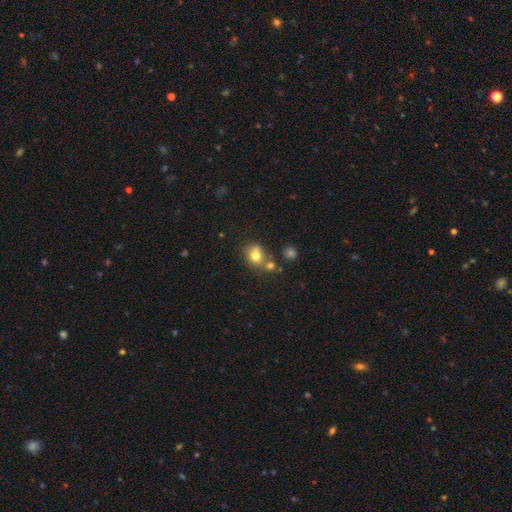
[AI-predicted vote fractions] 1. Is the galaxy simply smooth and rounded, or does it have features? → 77% smooth, 13% star or artifact, 11% featured or disk.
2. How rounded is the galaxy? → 66% round, 33% in between, 1% cigar-shaped.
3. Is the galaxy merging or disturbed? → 56% none, 23% merger, 16% minor disturbance, 6% major disturbance.